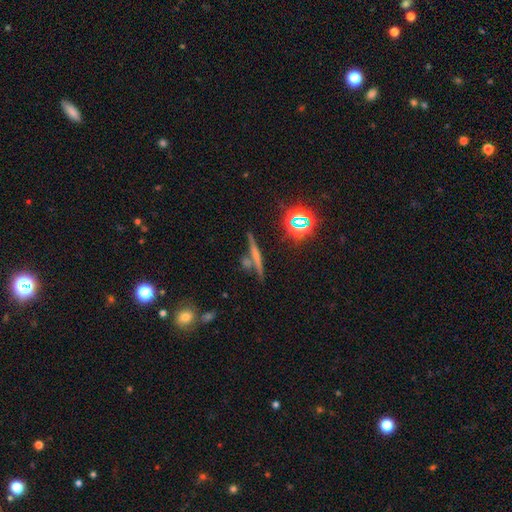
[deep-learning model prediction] This appears to be a featured or disk galaxy (51%) viewed edge-on (93%). Merging: none (76%).